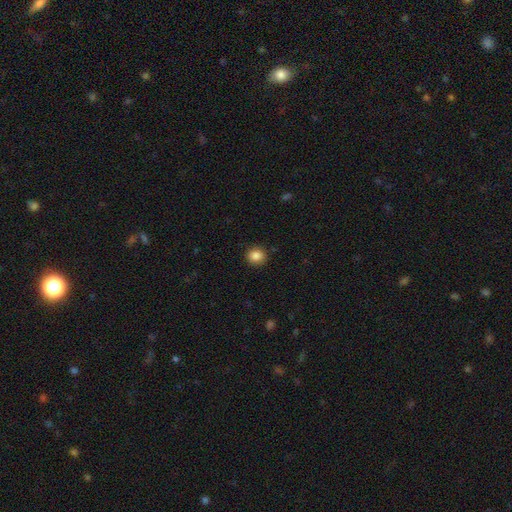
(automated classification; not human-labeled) smooth 86%, star or artifact 10%, featured or disk 4%. Down the decision tree: how rounded — round (84%); merging — none (90%).